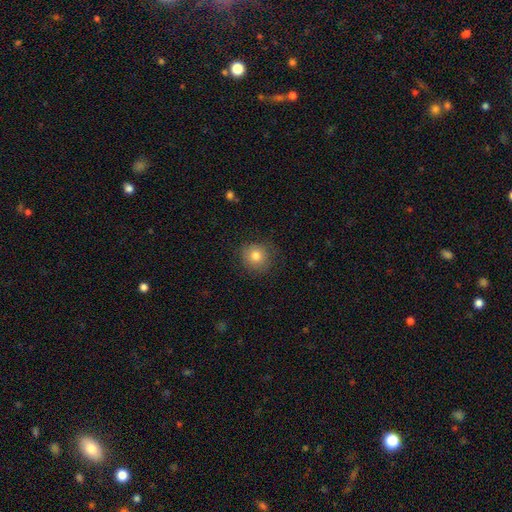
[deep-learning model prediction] smooth-or-featured: smooth: 80% | star or artifact: 11% | featured or disk: 9%
  how-rounded: round: 88% | in between: 11% | cigar-shaped: 1%
  merging: none: 82% | minor disturbance: 13% | major disturbance: 4% | merger: 1%